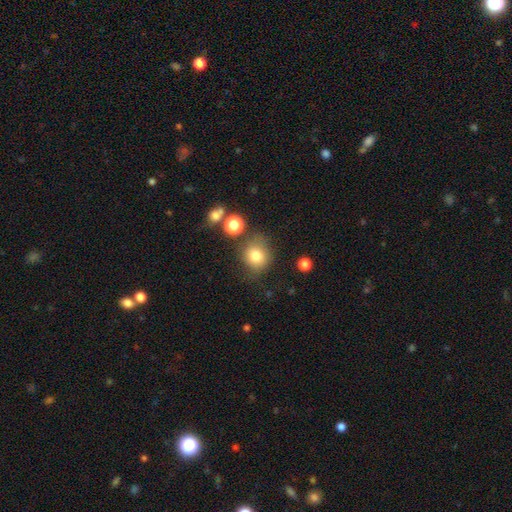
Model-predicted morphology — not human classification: A smooth galaxy with no disk features (80%) that is round (79%).

Vote fractions:
- Smooth or featured? smooth: 80% / star or artifact: 12% / featured or disk: 9%
- How rounded? round: 79% / in between: 20% / cigar-shaped: 1%
- Merging? none: 71% / minor disturbance: 17% / major disturbance: 6% / merger: 6%